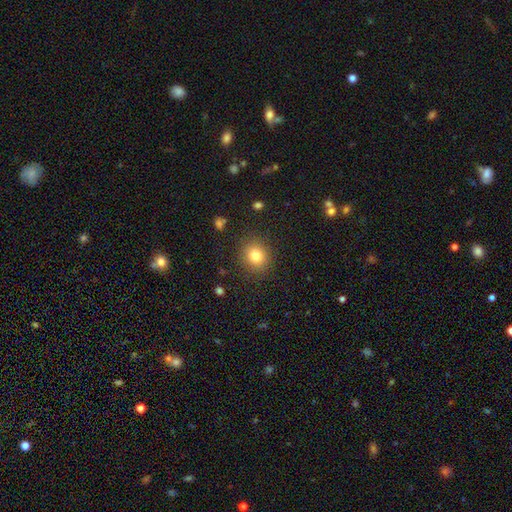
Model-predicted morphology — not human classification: smooth 81%, star or artifact 12%, featured or disk 7%. Down the decision tree: how rounded — round (81%); merging — none (87%).